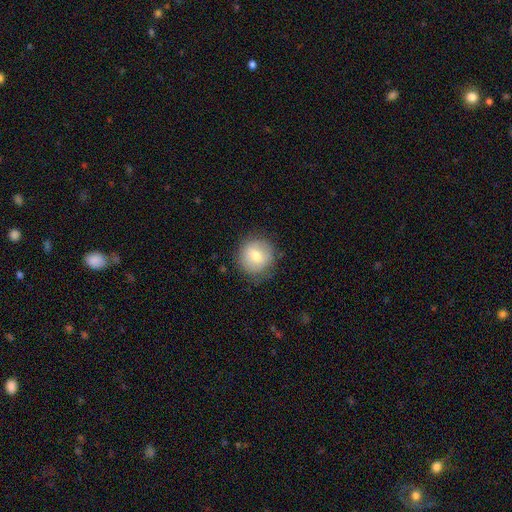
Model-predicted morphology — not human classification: smooth-or-featured: smooth: 69% | featured or disk: 23% | star or artifact: 8%
  how-rounded: round: 91% | in between: 8% | cigar-shaped: 1%
  merging: none: 81% | minor disturbance: 14% | major disturbance: 4% | merger: 1%